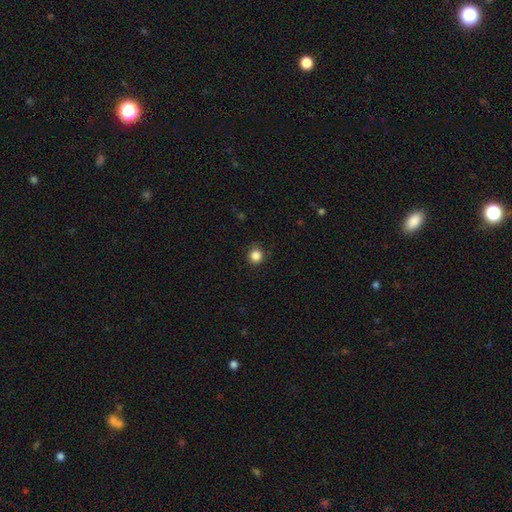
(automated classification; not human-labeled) This appears to be a smooth galaxy with no disk features (86%) that is round (93%). Merging: none (90%).